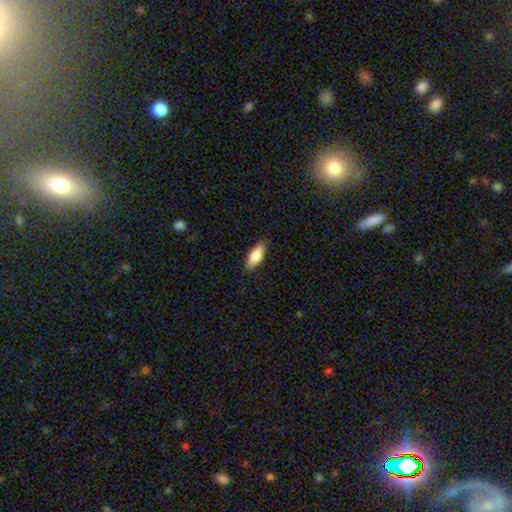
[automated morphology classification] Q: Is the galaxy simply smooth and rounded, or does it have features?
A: smooth — 82%.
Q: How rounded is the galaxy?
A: in between — 77%.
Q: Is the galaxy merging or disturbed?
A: none — 87%.